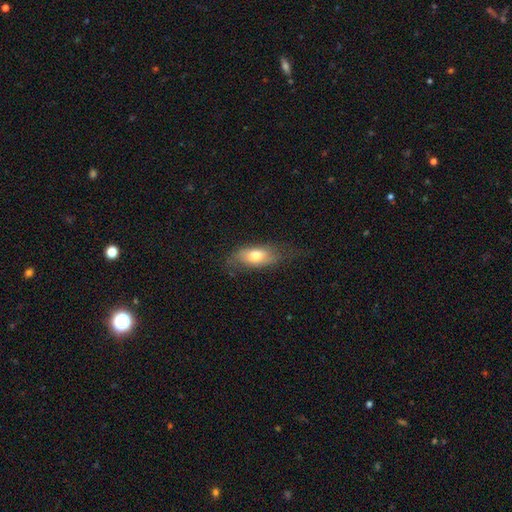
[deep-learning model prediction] Overall: smooth (68%). How rounded: in between (83%). Merging: none (57%; minor disturbance 27%).